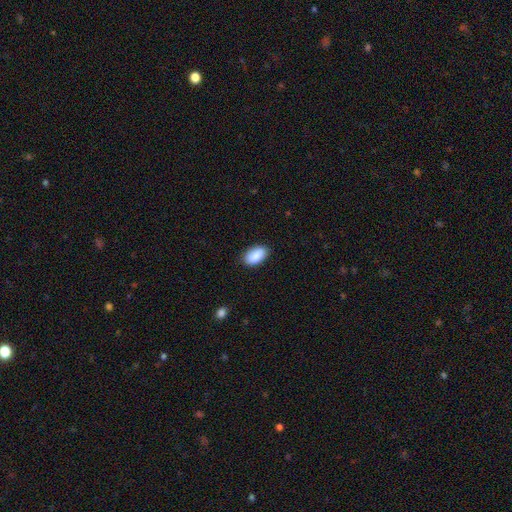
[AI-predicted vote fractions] Smooth or featured?
  - smooth: 88% *
  - star or artifact: 6%
  - featured or disk: 6%
How rounded?
  - in between: 94% *
  - round: 4%
  - cigar-shaped: 2%
Merging?
  - none: 85% *
  - minor disturbance: 12%
  - major disturbance: 2%
  - merger: 1%